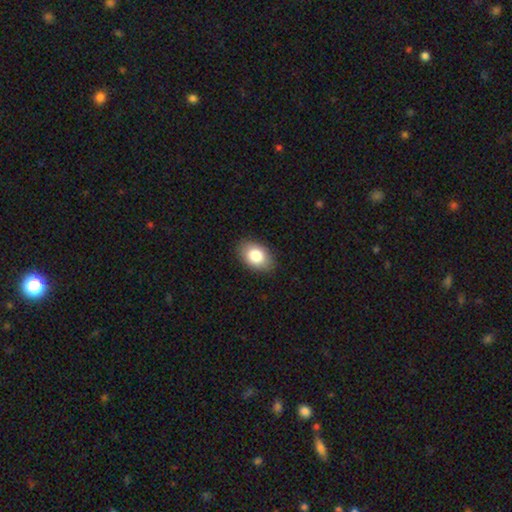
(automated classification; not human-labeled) Smooth or featured? smooth (83%)
How rounded? in between (86%)
Merging? none (87%)